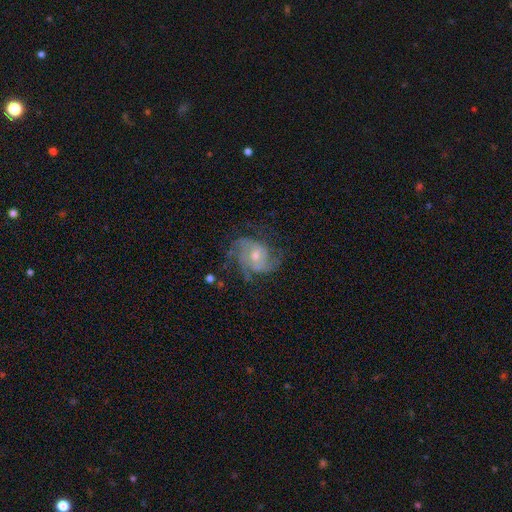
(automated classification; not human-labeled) smooth-or-featured: featured or disk: 81% | smooth: 12% | star or artifact: 8%
  disk-edge-on: no: 97% | yes: 3%
    bar: no: 65% | weak: 30% | strong: 6%
    has-spiral-arms: yes: 92% | no: 8%
      spiral-winding: medium: 44% | tight: 38% | loose: 18%
      spiral-arm-count: 3: 28% | can't tell: 26% | 2: 26% | 4: 10% | 1: 5% | more than 4: 5%
    bulge-size: moderate: 48% | small: 47% | large: 2% | none: 2% | dominant: 1%
  merging: none: 62% | minor disturbance: 20% | major disturbance: 17% | merger: 2%